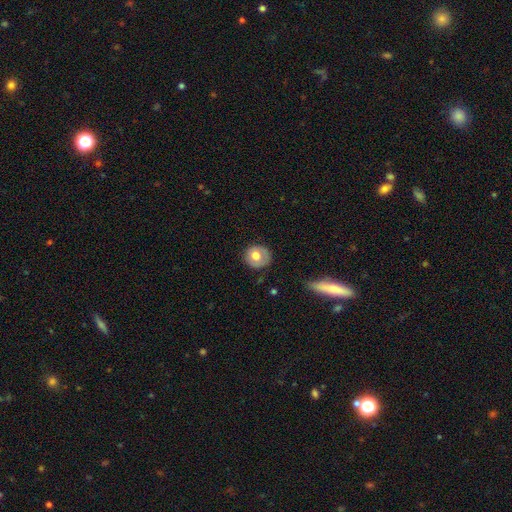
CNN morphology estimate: type=smooth (69%); roundness=round (86%); merging=none (77%).